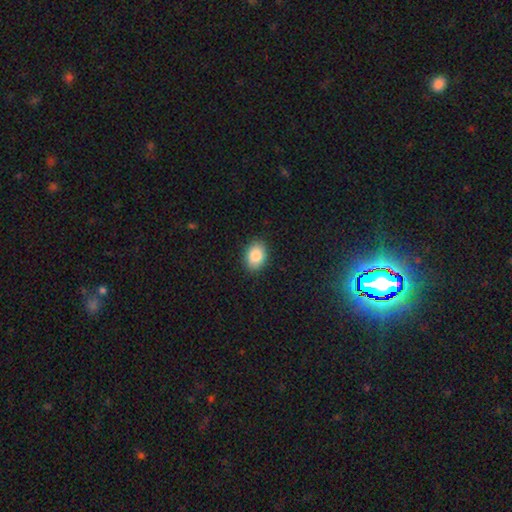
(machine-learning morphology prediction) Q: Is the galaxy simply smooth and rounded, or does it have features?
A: smooth — 86%.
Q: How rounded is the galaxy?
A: in between — 75%.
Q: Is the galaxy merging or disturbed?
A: none — 89%.